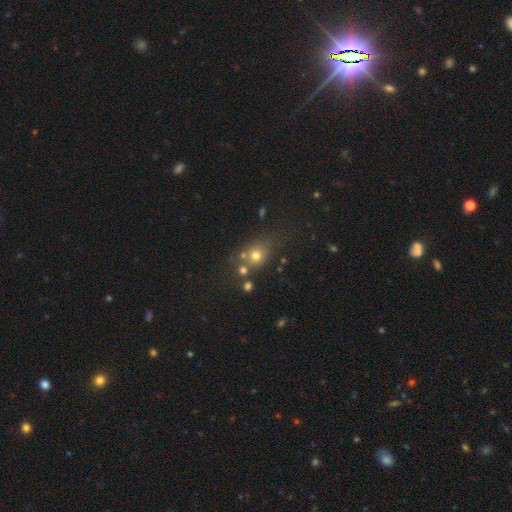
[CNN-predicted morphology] This is likely a smooth galaxy (69%). How rounded: likely round (70%). Merging: possibly none (60%).